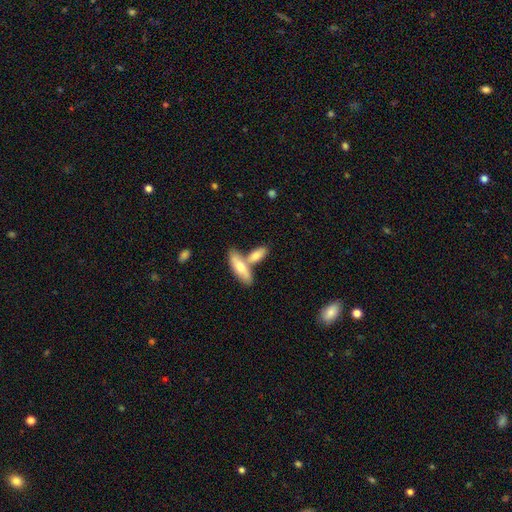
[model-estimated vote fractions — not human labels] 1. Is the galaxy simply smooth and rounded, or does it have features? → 73% smooth, 21% featured or disk, 6% star or artifact.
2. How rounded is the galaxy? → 65% in between, 32% cigar-shaped, 3% round.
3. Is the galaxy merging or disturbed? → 47% merger, 40% none, 9% minor disturbance, 3% major disturbance.